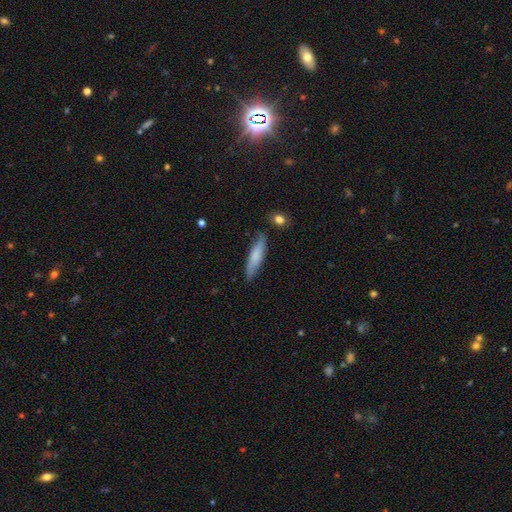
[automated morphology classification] A smooth galaxy with no disk features (70%) that is cigar-shaped (74%). Merging: none (78%).